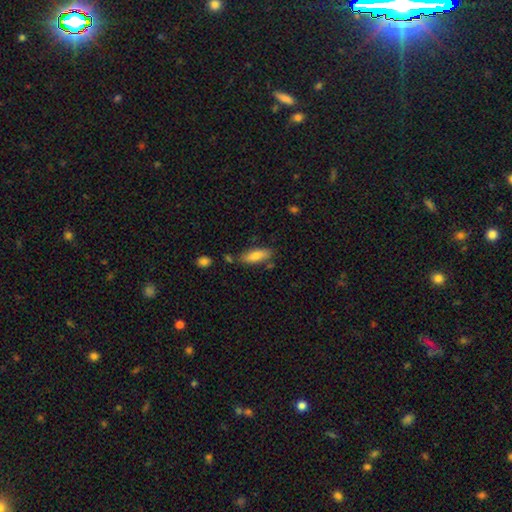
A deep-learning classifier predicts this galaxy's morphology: This is likely a smooth galaxy (79%). How rounded: likely in between (65%). Merging: likely none (73%).